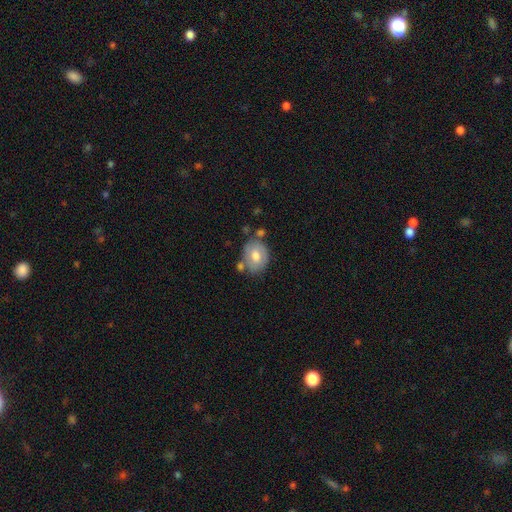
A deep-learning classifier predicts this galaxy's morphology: Smooth or featured?
  - smooth: 61% *
  - featured or disk: 32%
  - star or artifact: 7%
How rounded?
  - in between: 54% *
  - round: 46%
  - cigar-shaped: 1%
Merging?
  - none: 61% *
  - minor disturbance: 20%
  - merger: 13%
  - major disturbance: 6%